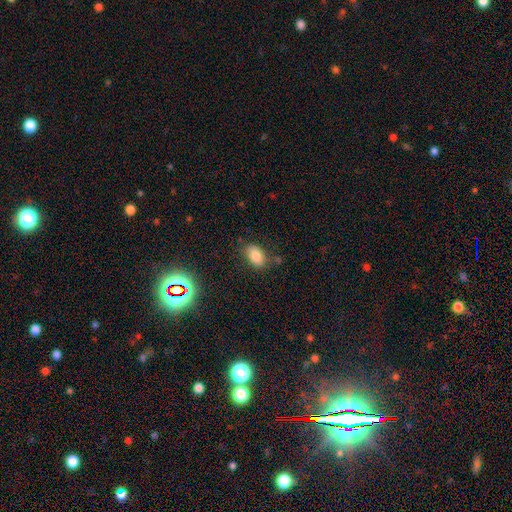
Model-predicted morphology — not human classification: smooth_or_featured: smooth (p=0.80) [alt: star or artifact p=0.10]
how_rounded: in between (p=0.88) [alt: round p=0.10]
merging: none (p=0.75) [alt: minor disturbance p=0.16]